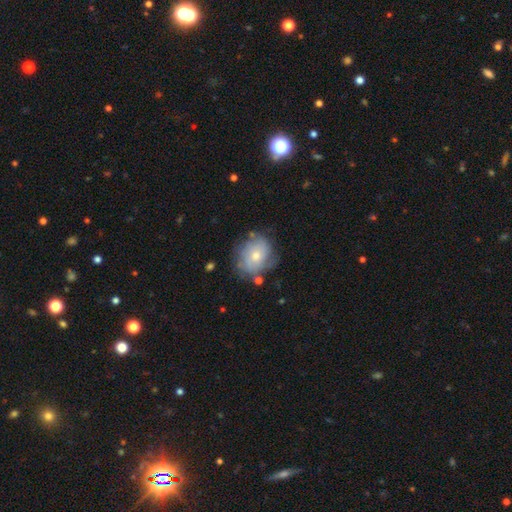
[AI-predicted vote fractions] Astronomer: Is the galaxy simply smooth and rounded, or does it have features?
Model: smooth — 54% (runner-up: featured or disk, 38%).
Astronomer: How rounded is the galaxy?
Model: round — 65%.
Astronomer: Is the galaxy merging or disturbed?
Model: none — 60%.